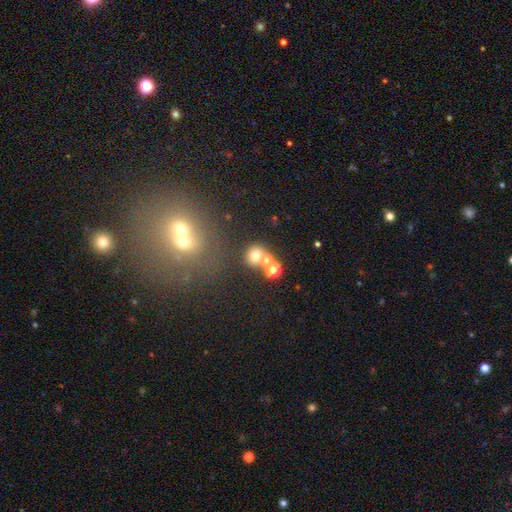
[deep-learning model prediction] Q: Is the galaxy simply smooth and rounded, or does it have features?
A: smooth — 67%.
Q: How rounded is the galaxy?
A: round — 78%.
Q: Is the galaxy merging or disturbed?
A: none — 49%.